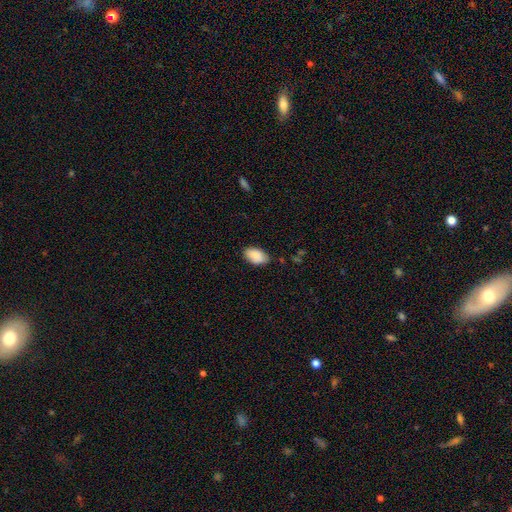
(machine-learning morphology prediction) The model was most divided on "merging": none: 74%, minor disturbance: 21%, major disturbance: 3%, merger: 2%. More confident: how rounded — in between (93%); smooth or featured — smooth (86%).